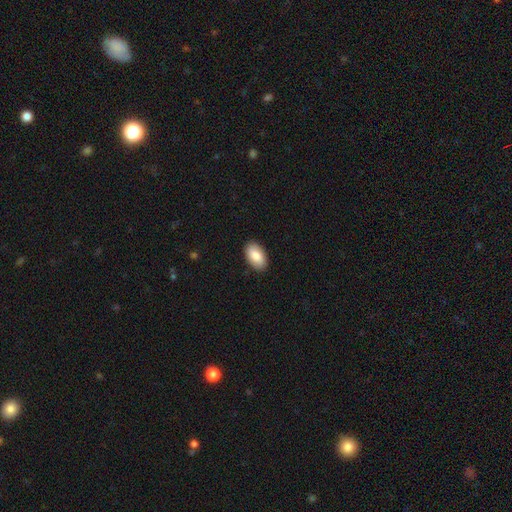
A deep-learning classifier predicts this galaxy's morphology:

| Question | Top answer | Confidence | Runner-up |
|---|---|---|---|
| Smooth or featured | smooth | 86% | featured or disk (8%) |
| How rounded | in between | 95% | round (4%) |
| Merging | none | 89% | minor disturbance (8%) |